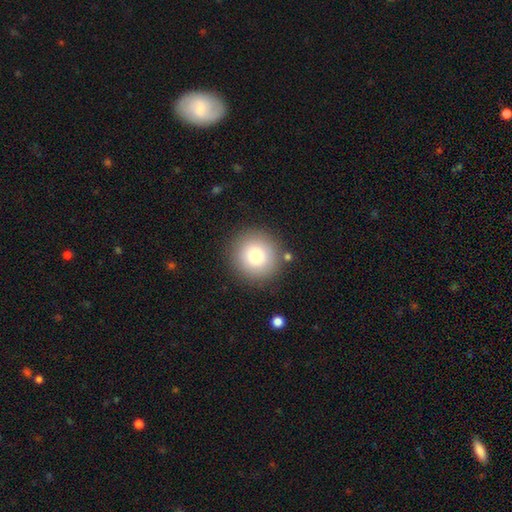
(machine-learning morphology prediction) smooth-or-featured: smooth: 78% | star or artifact: 11% | featured or disk: 11%
  how-rounded: round: 95% | in between: 4% | cigar-shaped: 1%
  merging: none: 87% | minor disturbance: 7% | merger: 3% | major disturbance: 3%